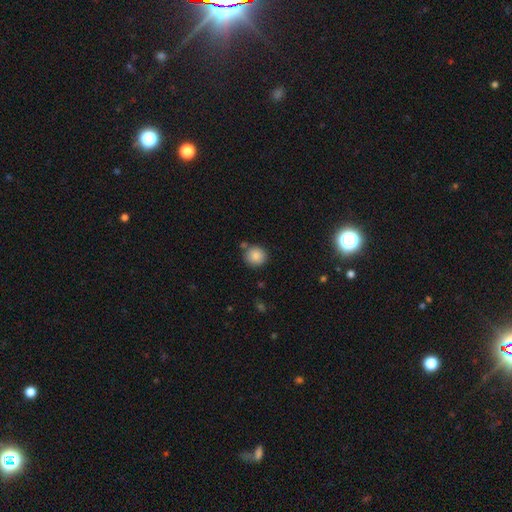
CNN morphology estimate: A smooth galaxy with no disk features (86%) that is round (90%). Merging: none (78%).